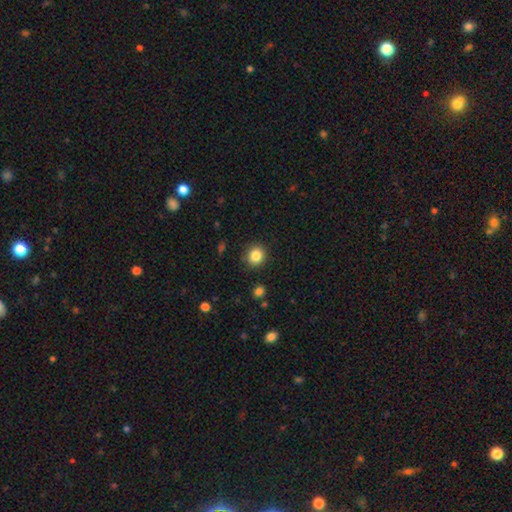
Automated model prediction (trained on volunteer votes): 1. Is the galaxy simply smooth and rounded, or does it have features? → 85% smooth, 10% star or artifact, 5% featured or disk.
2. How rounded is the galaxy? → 83% round, 16% in between, 1% cigar-shaped.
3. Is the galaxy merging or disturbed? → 89% none, 8% minor disturbance, 2% major disturbance, 1% merger.